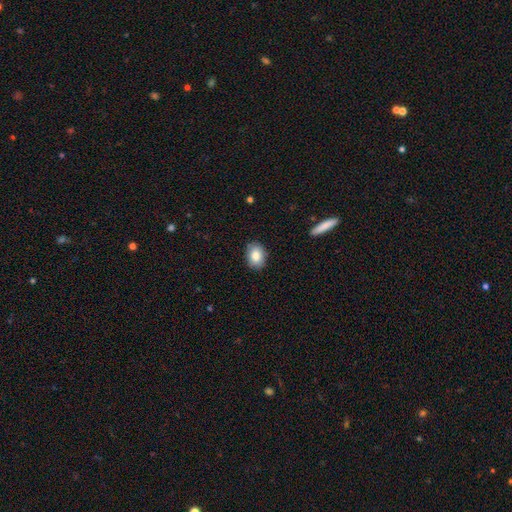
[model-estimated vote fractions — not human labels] Overall: smooth (85%). How rounded: in between (72%). Merging: none (87%).